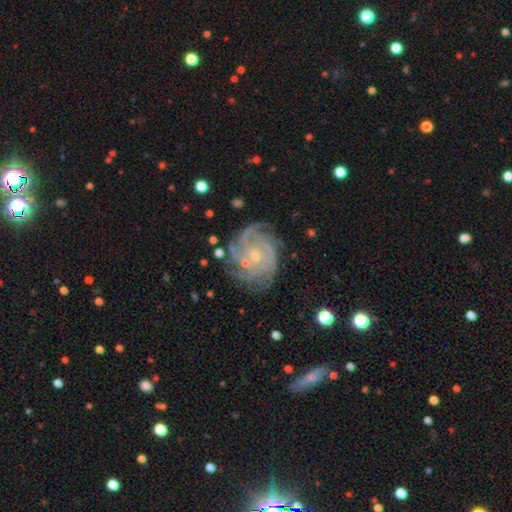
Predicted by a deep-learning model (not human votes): This is clearly a featured or disk galaxy (87%). It is clearly not viewed edge-on (98%). Bar: likely no (74%). Spiral arm pattern: clearly yes (98%). Spiral arm count: marginally 4 (33%). Spiral winding: likely tight (75%). Central bulge: likely small (75%). Merging: likely none (71%).